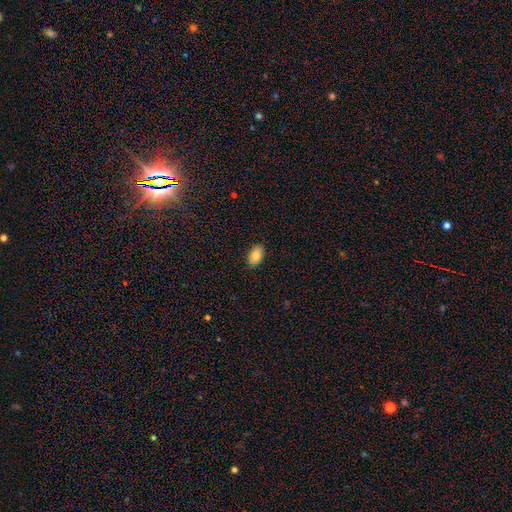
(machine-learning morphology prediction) Smooth or featured? Predicted: smooth (p=0.82). How rounded? Predicted: in between (p=0.91). Merging? Predicted: none (p=0.86).